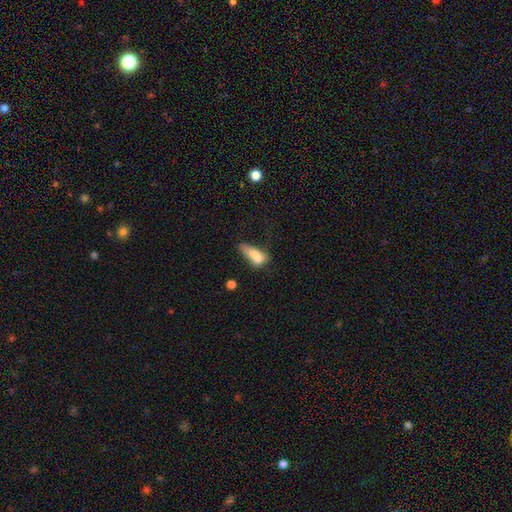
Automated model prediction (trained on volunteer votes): A smooth galaxy with no disk features (70%) that is in between round and cigar-shaped (74%).

Vote fractions:
- Smooth or featured? smooth: 70% / featured or disk: 20% / star or artifact: 10%
- How rounded? in between: 74% / cigar-shaped: 22% / round: 4%
- Merging? major disturbance: 32% / minor disturbance: 31% / none: 24% / merger: 13%